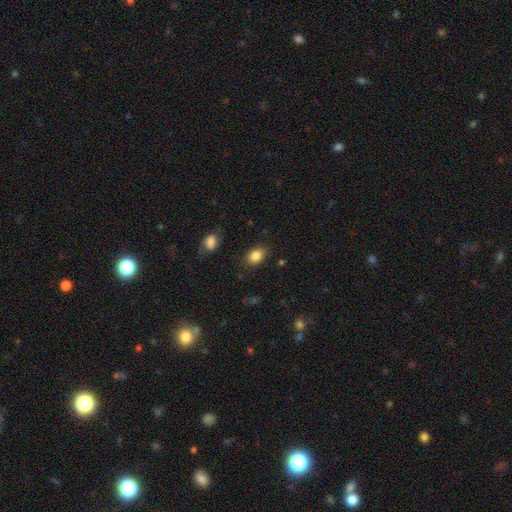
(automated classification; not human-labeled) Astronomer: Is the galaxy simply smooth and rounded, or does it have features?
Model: smooth — 85%.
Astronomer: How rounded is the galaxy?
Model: in between — 80%.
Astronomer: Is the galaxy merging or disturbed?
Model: none — 83%.